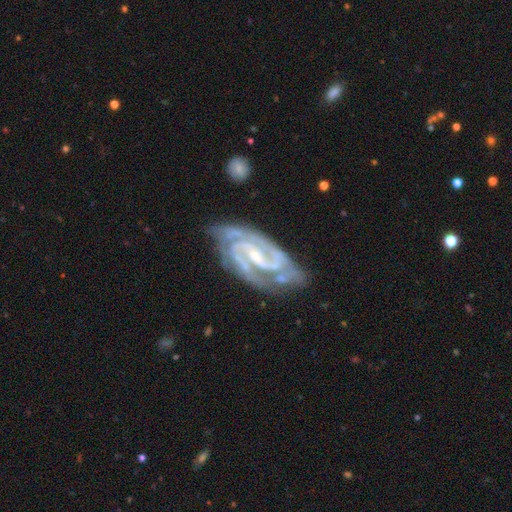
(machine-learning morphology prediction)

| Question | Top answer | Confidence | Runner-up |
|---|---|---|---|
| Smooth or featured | featured or disk | 92% | star or artifact (4%) |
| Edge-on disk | no | 97% | yes (3%) |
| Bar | weak | 43% | strong (35%) |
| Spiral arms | yes | 98% | no (2%) |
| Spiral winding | tight | 52% | medium (42%) |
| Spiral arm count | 2 | 59% | 3 (20%) |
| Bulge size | small | 72% | moderate (23%) |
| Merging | none | 69% | minor disturbance (22%) |